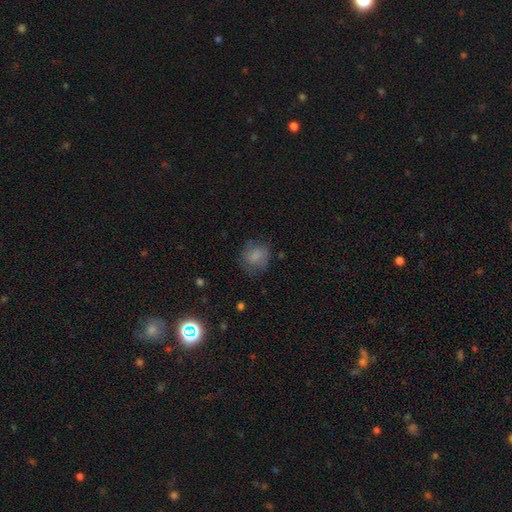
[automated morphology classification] Smooth or featured? smooth (75%)
How rounded? round (76%)
Merging? none (66%)